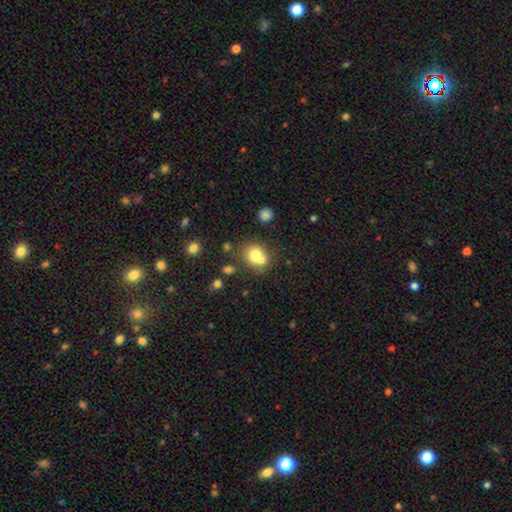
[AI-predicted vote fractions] Smooth or featured?
  - smooth: 72% *
  - featured or disk: 16%
  - star or artifact: 12%
How rounded?
  - round: 71% *
  - in between: 28%
  - cigar-shaped: 1%
Merging?
  - merger: 43% *
  - none: 42%
  - minor disturbance: 11%
  - major disturbance: 5%